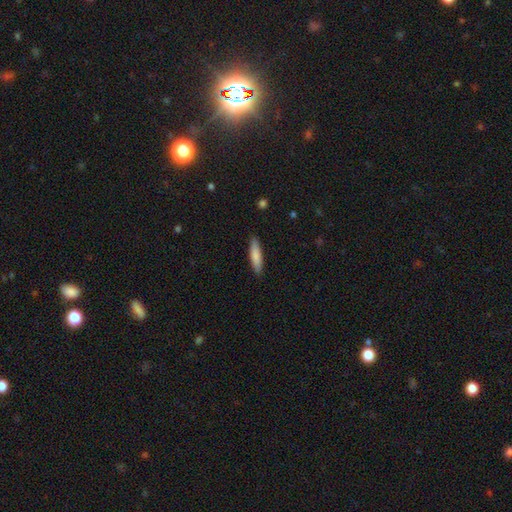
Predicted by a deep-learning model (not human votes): Q: Smooth or featured?
A: smooth (82%); runner-up: featured or disk (12%)
Q: How rounded?
A: cigar-shaped (79%); runner-up: in between (19%)
Q: Merging?
A: none (89%); runner-up: minor disturbance (8%)